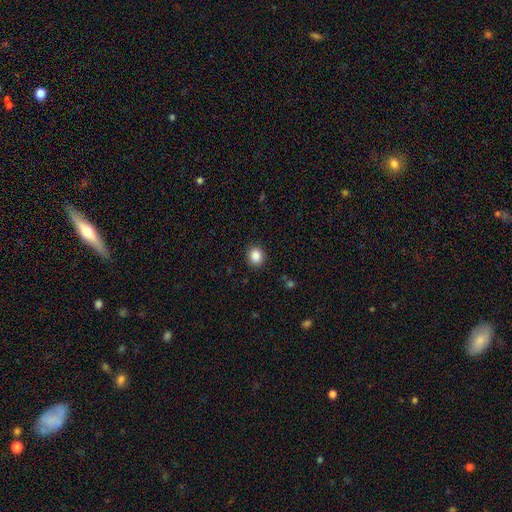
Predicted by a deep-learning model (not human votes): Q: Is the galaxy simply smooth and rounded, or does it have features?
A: smooth — 88%.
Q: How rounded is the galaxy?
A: round — 67%.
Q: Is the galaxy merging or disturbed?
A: none — 89%.